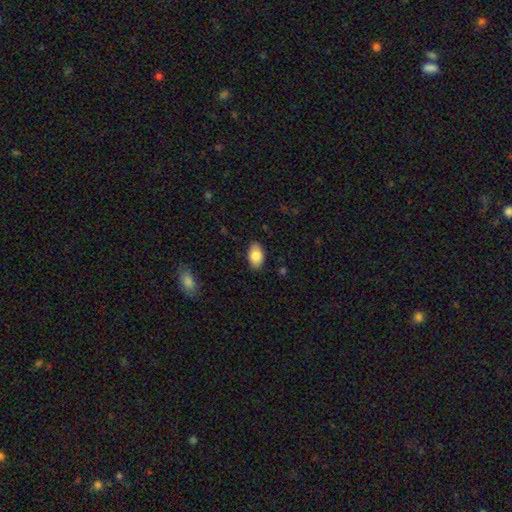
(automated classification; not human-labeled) Smooth or featured?
  - smooth: 84% *
  - featured or disk: 10%
  - star or artifact: 7%
How rounded?
  - in between: 93% *
  - round: 6%
  - cigar-shaped: 1%
Merging?
  - none: 87% *
  - minor disturbance: 10%
  - major disturbance: 2%
  - merger: 1%